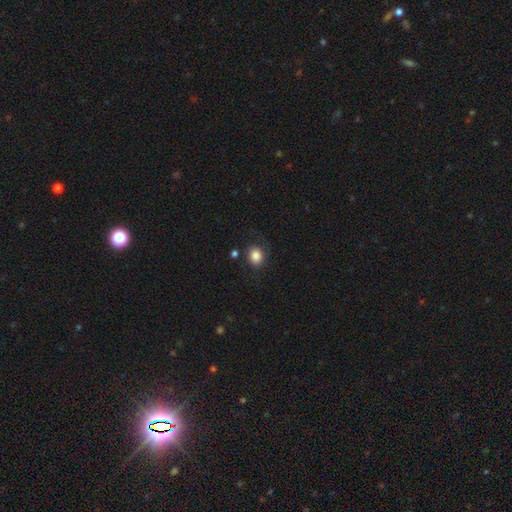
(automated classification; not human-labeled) Smooth or featured? Predicted: smooth (p=0.85). How rounded? Predicted: round (p=0.70). Merging? Predicted: none (p=0.79).